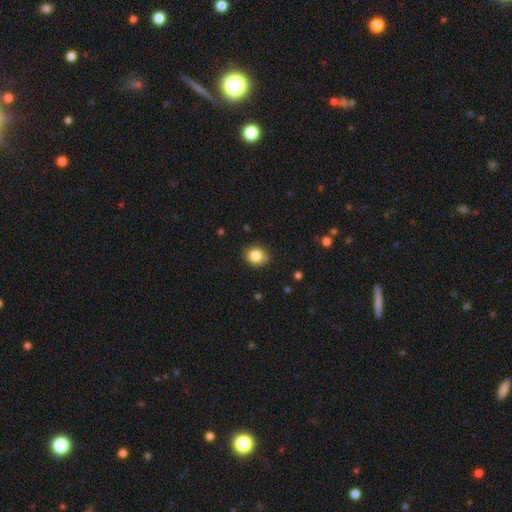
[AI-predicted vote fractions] smooth-or-featured: smooth: 84% | star or artifact: 10% | featured or disk: 6%
  how-rounded: round: 78% | in between: 21% | cigar-shaped: 1%
  merging: none: 81% | minor disturbance: 14% | major disturbance: 3% | merger: 2%